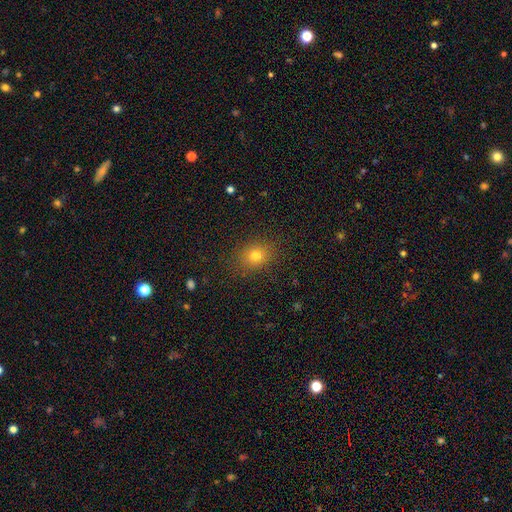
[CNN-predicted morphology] Q: Smooth or featured?
A: smooth (76%); runner-up: star or artifact (15%)
Q: How rounded?
A: round (58%); runner-up: in between (41%)
Q: Merging?
A: none (86%); runner-up: minor disturbance (9%)